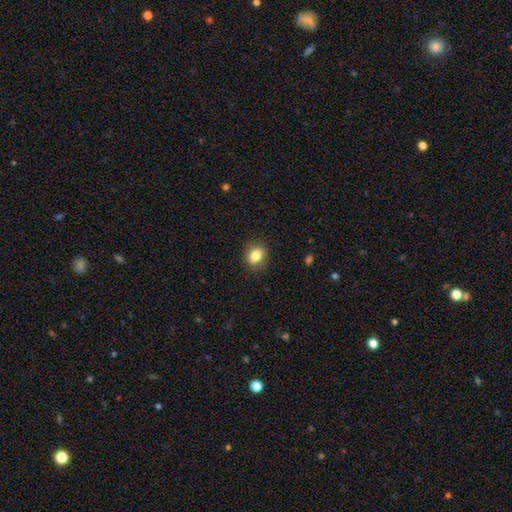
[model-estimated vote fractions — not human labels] A smooth galaxy with no disk features (84%) that is in between round and cigar-shaped (55%). Merging: none (87%).